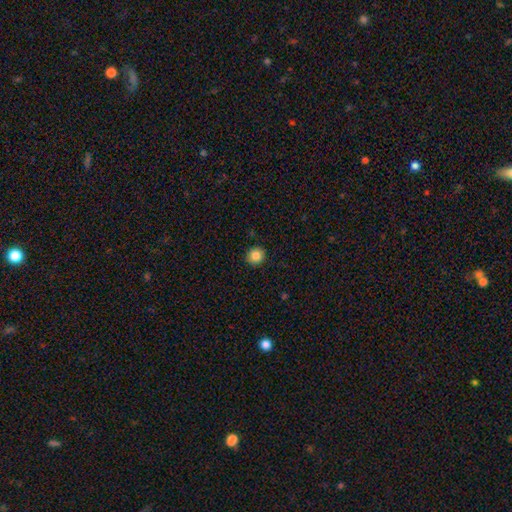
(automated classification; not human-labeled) The model was most divided on "smooth or featured": smooth: 86%, star or artifact: 10%, featured or disk: 5%. More confident: merging — none (91%); how rounded — round (89%).